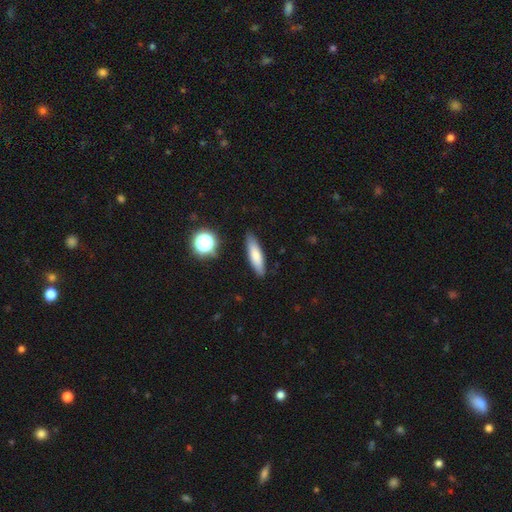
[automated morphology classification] The model was most divided on "how rounded": cigar-shaped: 70%, in between: 28%, round: 3%. More confident: merging — none (87%); smooth or featured — smooth (76%).